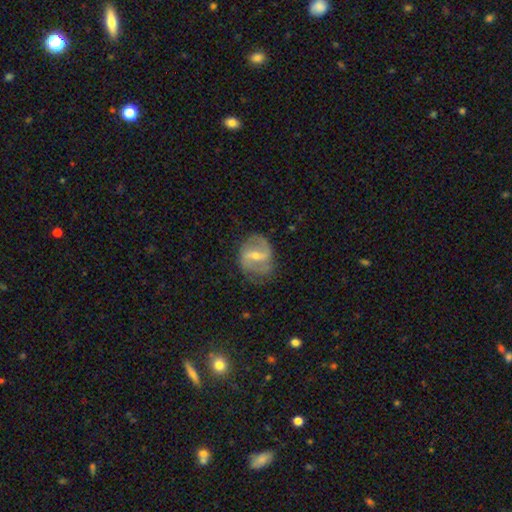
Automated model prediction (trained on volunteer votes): The model was most divided on "bar" (2-way tie): strong: 43%, weak: 43%, no: 13%. Remaining: edge-on disk — no (97%); spiral arms — yes (90%); spiral arm count — 2 (86%); smooth or featured — featured or disk (81%); merging — none (71%); bulge size — small (53%); spiral winding — medium (46%).